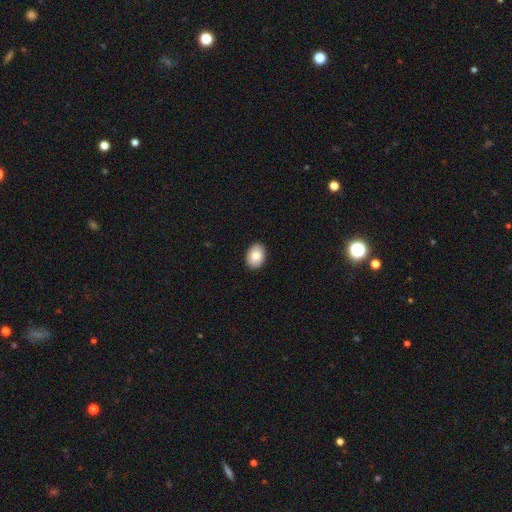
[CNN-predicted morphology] Q: Smooth or featured?
A: smooth (83%); runner-up: featured or disk (10%)
Q: How rounded?
A: in between (77%); runner-up: round (22%)
Q: Merging?
A: none (92%); runner-up: minor disturbance (6%)